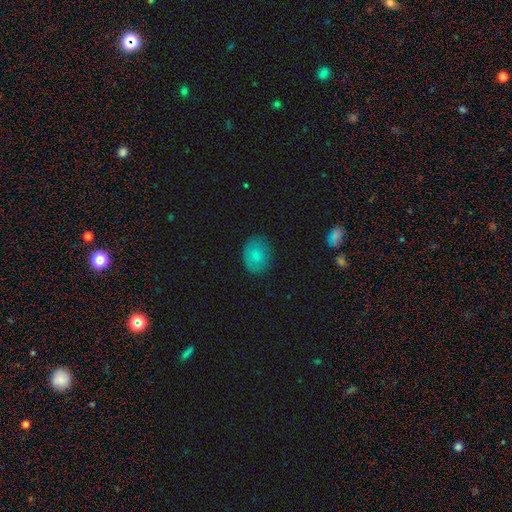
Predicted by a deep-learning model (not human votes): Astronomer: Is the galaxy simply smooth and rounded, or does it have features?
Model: smooth — 80%.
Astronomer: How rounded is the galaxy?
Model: in between — 60% (runner-up: round, 39%).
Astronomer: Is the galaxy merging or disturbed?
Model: none — 80%.